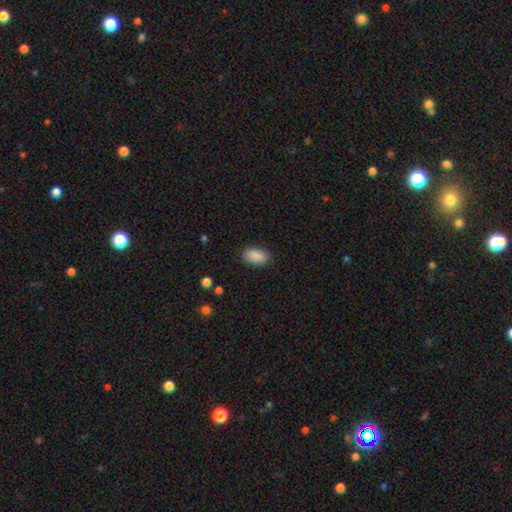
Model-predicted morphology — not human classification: Smooth or featured: smooth — 90% (star or artifact — 7%)
How rounded: in between — 93% (round — 5%)
Merging: none — 87% (minor disturbance — 9%)